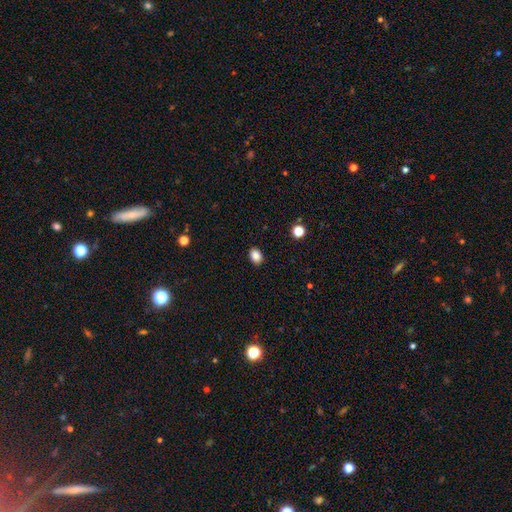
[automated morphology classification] Smooth or featured?
  - smooth: 87% *
  - star or artifact: 10%
  - featured or disk: 3%
How rounded?
  - in between: 74% *
  - round: 25%
  - cigar-shaped: 1%
Merging?
  - none: 89% *
  - minor disturbance: 8%
  - major disturbance: 2%
  - merger: 1%